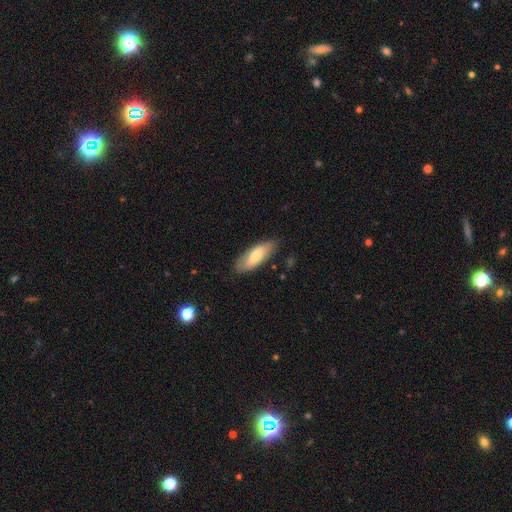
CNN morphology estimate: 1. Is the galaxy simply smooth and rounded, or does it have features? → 65% smooth, 29% featured or disk, 6% star or artifact.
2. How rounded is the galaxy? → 71% in between, 27% cigar-shaped, 2% round.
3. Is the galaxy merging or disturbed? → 81% none, 15% minor disturbance, 3% major disturbance, 1% merger.